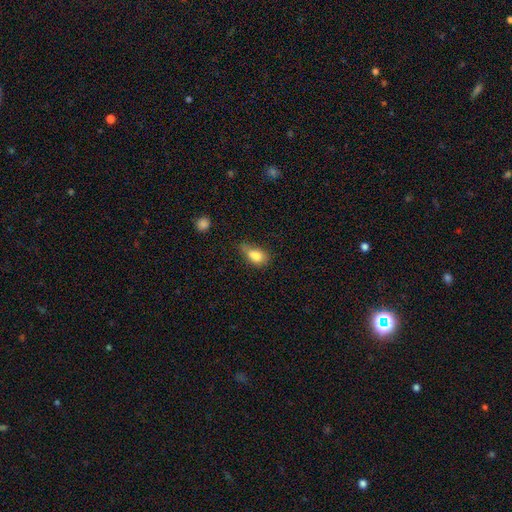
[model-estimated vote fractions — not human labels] Q: Smooth or featured?
A: smooth (80%); runner-up: featured or disk (11%)
Q: How rounded?
A: in between (81%); runner-up: round (15%)
Q: Merging?
A: minor disturbance (42%); runner-up: none (36%)